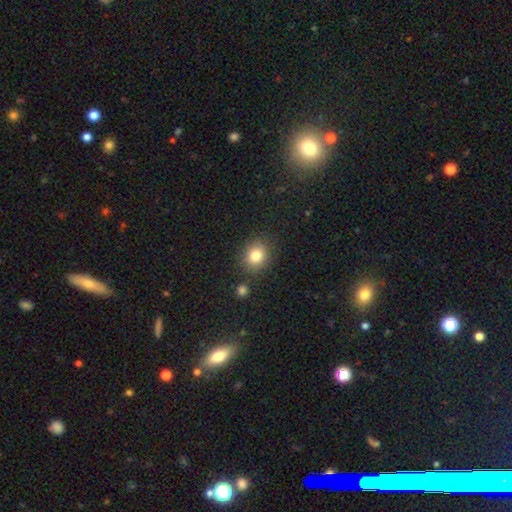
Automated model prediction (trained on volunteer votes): smooth_or_featured: smooth (p=0.82) [alt: star or artifact p=0.11]
how_rounded: round (p=0.70) [alt: in between p=0.29]
merging: none (p=0.82) [alt: minor disturbance p=0.10]